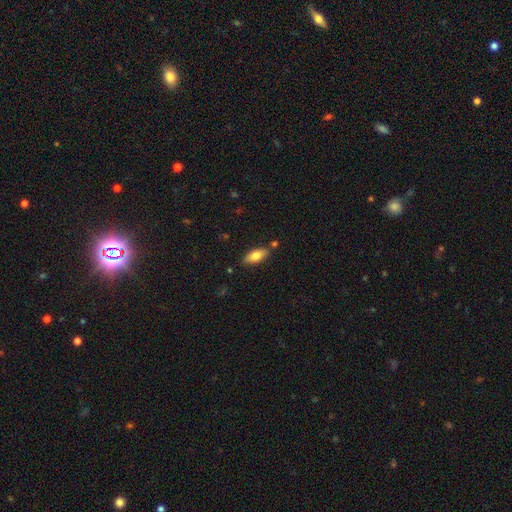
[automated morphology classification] smooth-or-featured: smooth: 74% | featured or disk: 20% | star or artifact: 7%
  how-rounded: in between: 81% | cigar-shaped: 17% | round: 2%
  merging: none: 78% | minor disturbance: 14% | merger: 5% | major disturbance: 3%